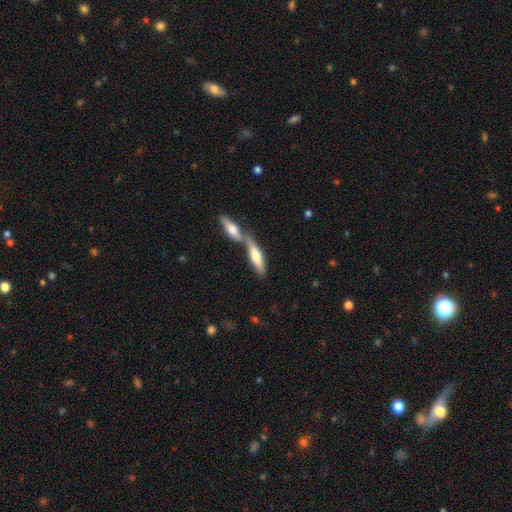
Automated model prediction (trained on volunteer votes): Overall: smooth (70%). How rounded: cigar-shaped (54%; in between 44%). Merging: merger (58%; none 31%).